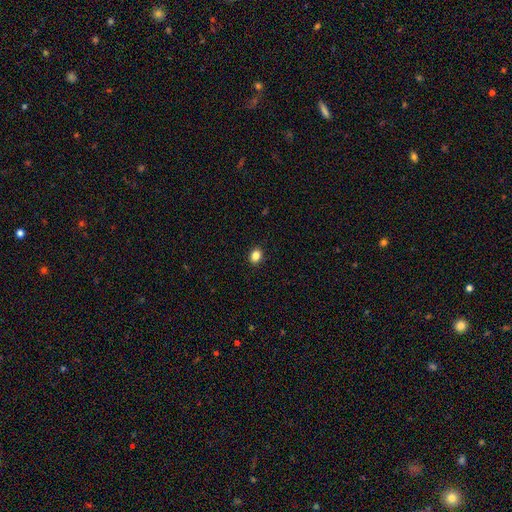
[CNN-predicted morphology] Smooth or featured: smooth — 86% (star or artifact — 10%)
How rounded: in between — 60% (round — 39%)
Merging: none — 91% (minor disturbance — 7%)